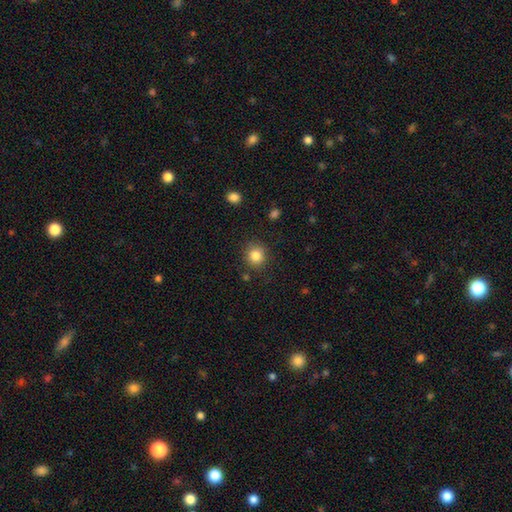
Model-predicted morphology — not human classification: This appears to be a smooth galaxy with no disk features (84%) that is round (89%). Merging: none (86%).